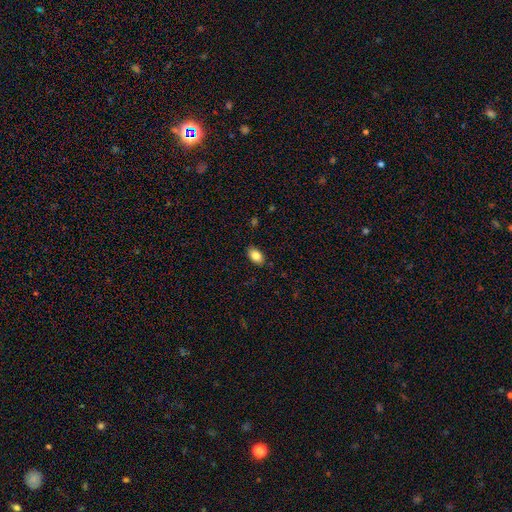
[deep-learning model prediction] Overall: smooth (84%). How rounded: in between (90%). Merging: none (87%).